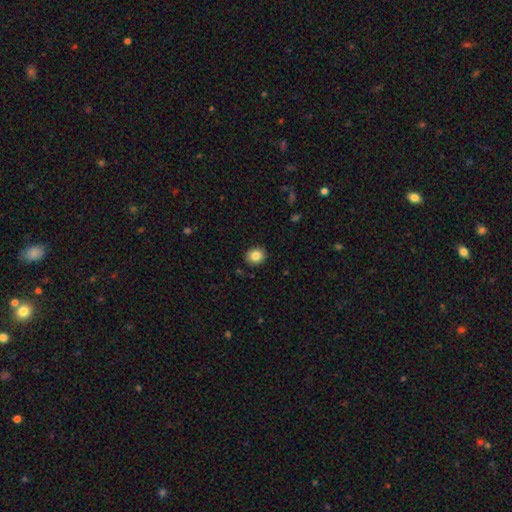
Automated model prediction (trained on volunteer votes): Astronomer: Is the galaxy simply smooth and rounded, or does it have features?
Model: smooth — 84%.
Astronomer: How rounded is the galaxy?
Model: round — 78%.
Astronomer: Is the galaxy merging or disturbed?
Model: none — 90%.